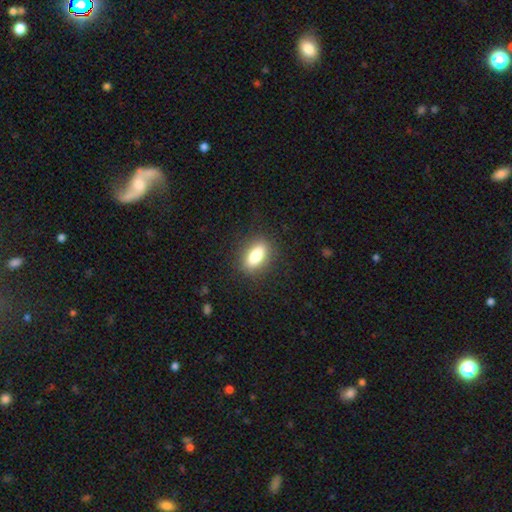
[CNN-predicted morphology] A smooth galaxy with no disk features (79%) that is in between round and cigar-shaped (79%). Merging: none (87%).